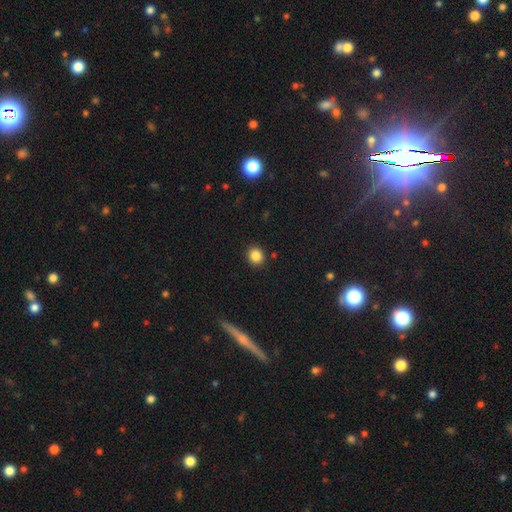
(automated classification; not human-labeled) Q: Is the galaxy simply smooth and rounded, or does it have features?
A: smooth — 85%.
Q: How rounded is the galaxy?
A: round — 82%.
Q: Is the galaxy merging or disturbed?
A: none — 89%.